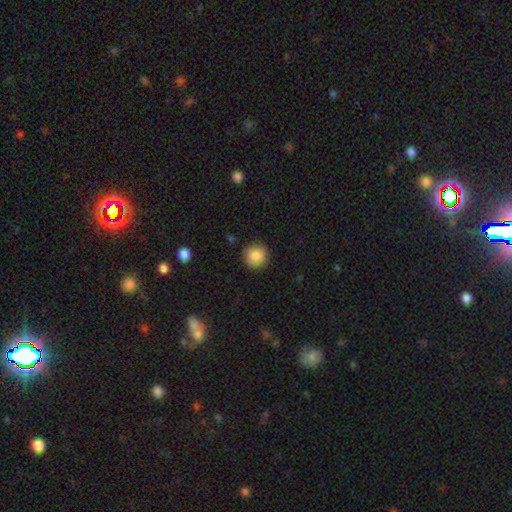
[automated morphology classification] smooth-or-featured: smooth: 87% | star or artifact: 9% | featured or disk: 5%
  how-rounded: round: 93% | in between: 6% | cigar-shaped: 1%
  merging: none: 90% | minor disturbance: 7% | major disturbance: 2% | merger: 1%